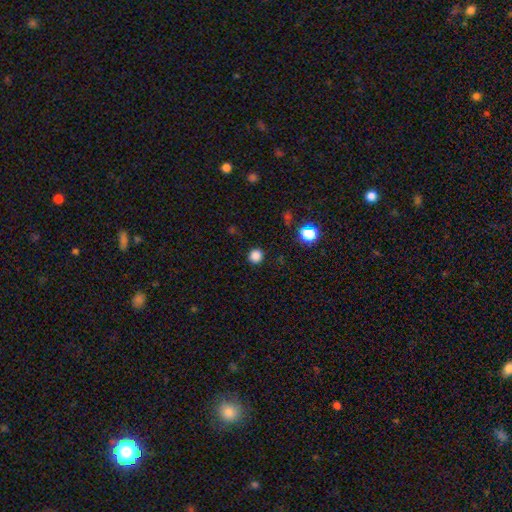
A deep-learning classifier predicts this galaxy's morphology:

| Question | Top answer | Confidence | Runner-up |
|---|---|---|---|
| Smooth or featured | smooth | 84% | star or artifact (13%) |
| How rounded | round | 94% | in between (5%) |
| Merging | none | 91% | minor disturbance (6%) |